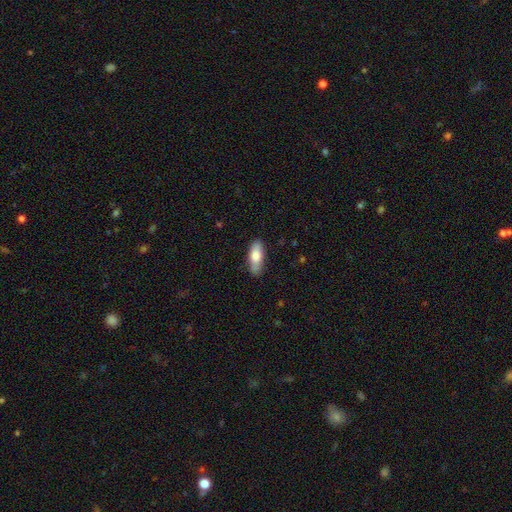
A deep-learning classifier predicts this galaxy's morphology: smooth 75%, featured or disk 19%, star or artifact 6%. Down the decision tree: how rounded — in between (71%); merging — none (82%).